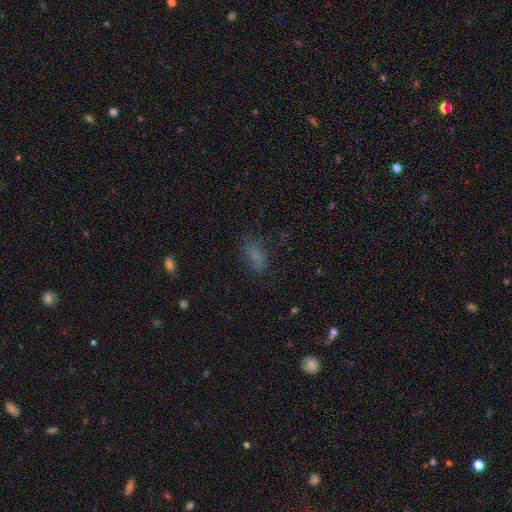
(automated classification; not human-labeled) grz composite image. It shows a smooth galaxy with no disk features (71%) that is in between round and cigar-shaped (75%). Merging: none (64%).